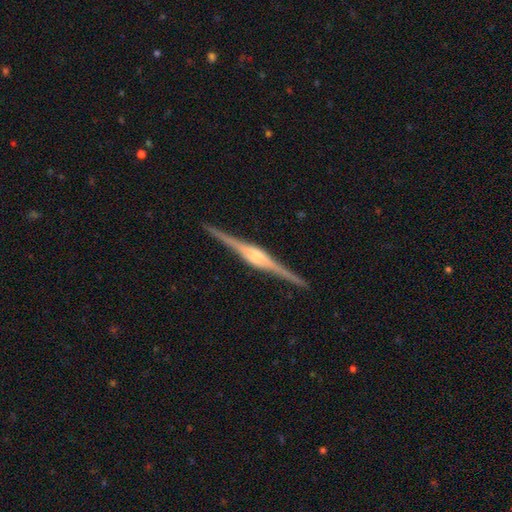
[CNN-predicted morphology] featured or disk 89%, smooth 6%, star or artifact 5%. Down the decision tree: edge-on disk — yes (99%); edge-on bulge — rounded (74%); merging — none (91%).